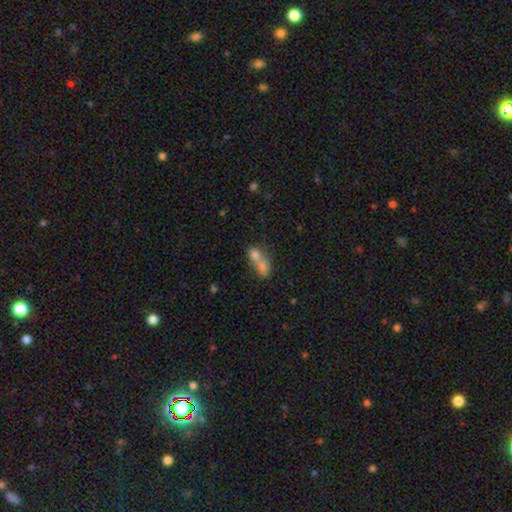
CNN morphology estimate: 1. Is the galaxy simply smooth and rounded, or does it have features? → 71% smooth, 18% featured or disk, 11% star or artifact.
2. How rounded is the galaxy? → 63% in between, 31% round, 5% cigar-shaped.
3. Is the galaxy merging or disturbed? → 74% merger, 16% none, 6% minor disturbance, 4% major disturbance.